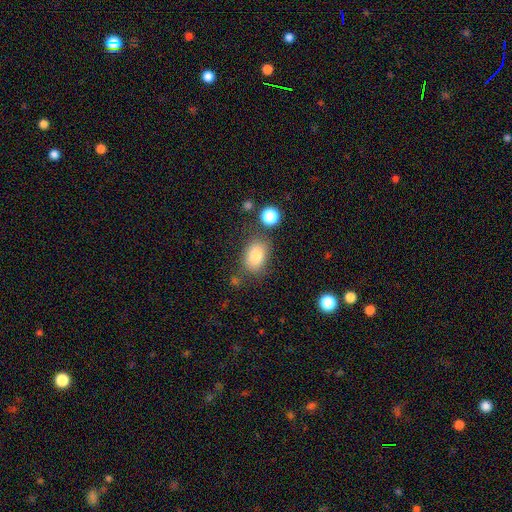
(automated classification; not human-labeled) A smooth galaxy with no disk features (82%) that is in between round and cigar-shaped (80%). Merging: none (73%).